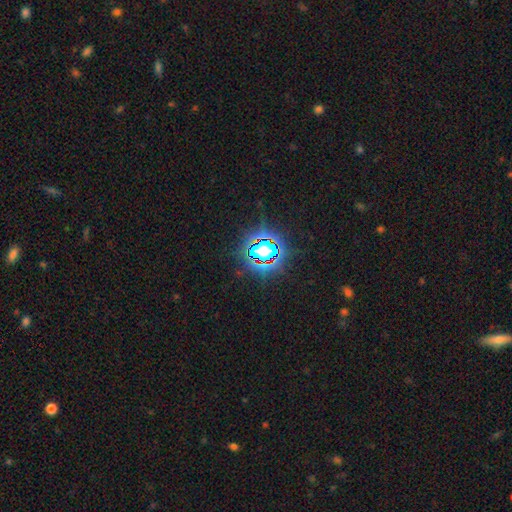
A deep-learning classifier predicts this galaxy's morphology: Smooth or featured? Predicted: star or artifact (p=0.82).